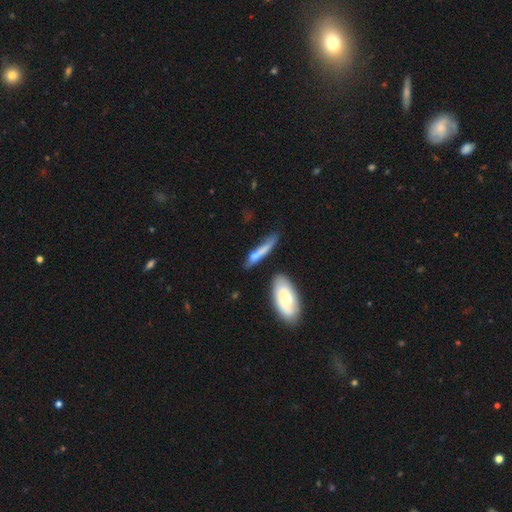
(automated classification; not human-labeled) Overall: smooth (63%; featured or disk 30%). How rounded: cigar-shaped (80%). Merging: none (57%; minor disturbance 22%).